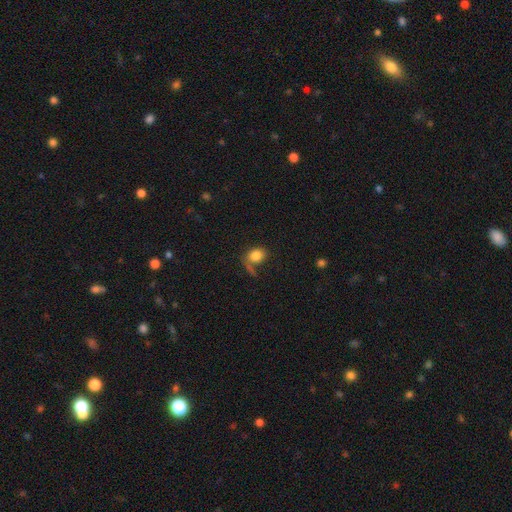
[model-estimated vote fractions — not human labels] This is likely a smooth galaxy (79%). How rounded: possibly in between (50%). Merging: possibly none (47%).